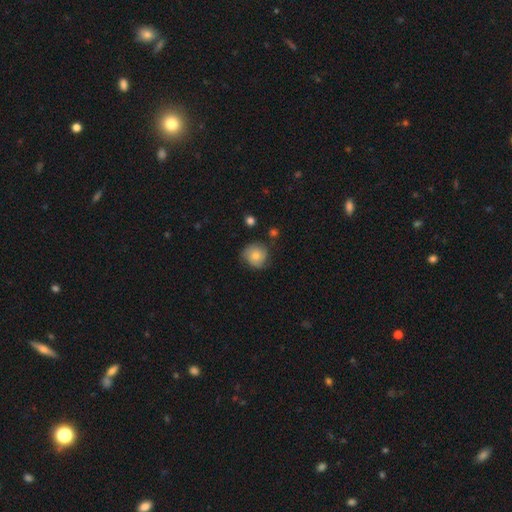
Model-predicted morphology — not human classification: smooth-or-featured: smooth: 66% | featured or disk: 26% | star or artifact: 8%
  how-rounded: round: 88% | in between: 11% | cigar-shaped: 1%
  merging: none: 68% | minor disturbance: 24% | major disturbance: 6% | merger: 2%